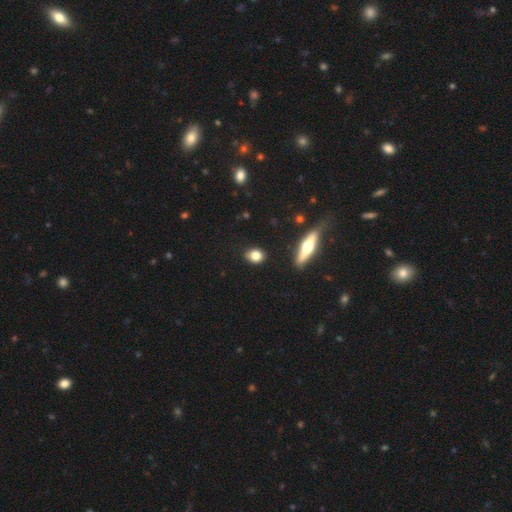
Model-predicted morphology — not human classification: Smooth or featured: smooth — 80% (featured or disk — 11%)
How rounded: round — 50% (in between — 46%)
Merging: none — 87% (minor disturbance — 9%)